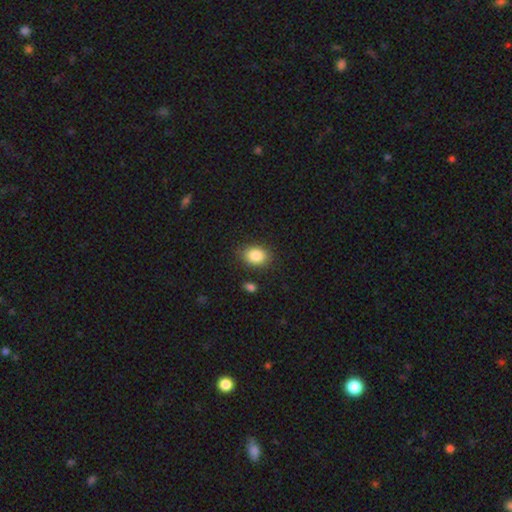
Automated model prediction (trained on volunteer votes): Smooth or featured?
  - smooth: 86% *
  - star or artifact: 8%
  - featured or disk: 6%
How rounded?
  - in between: 65% *
  - round: 33%
  - cigar-shaped: 1%
Merging?
  - none: 83% *
  - minor disturbance: 11%
  - major disturbance: 3%
  - merger: 3%